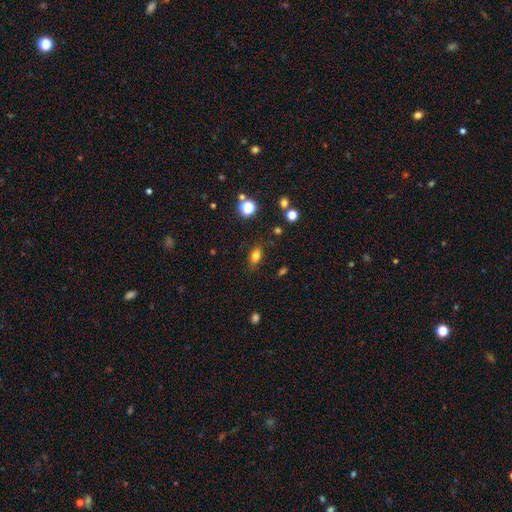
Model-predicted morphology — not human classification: Smooth or featured? Predicted: smooth (p=0.79). How rounded? Predicted: in between (p=0.79). Merging? Predicted: none (p=0.83).